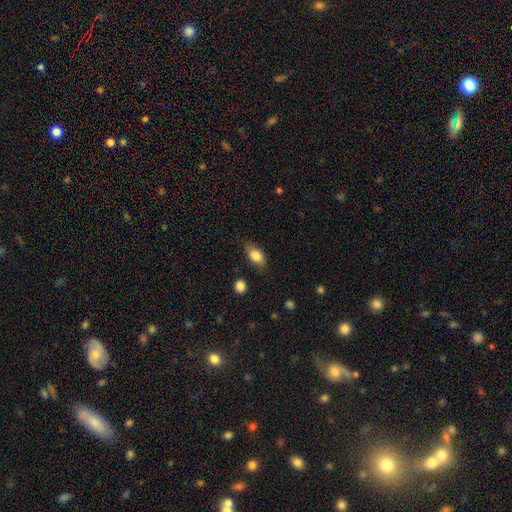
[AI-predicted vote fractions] The model was most divided on "merging": none: 78%, minor disturbance: 17%, major disturbance: 4%, merger: 2%. More confident: how rounded — in between (86%); smooth or featured — smooth (82%).